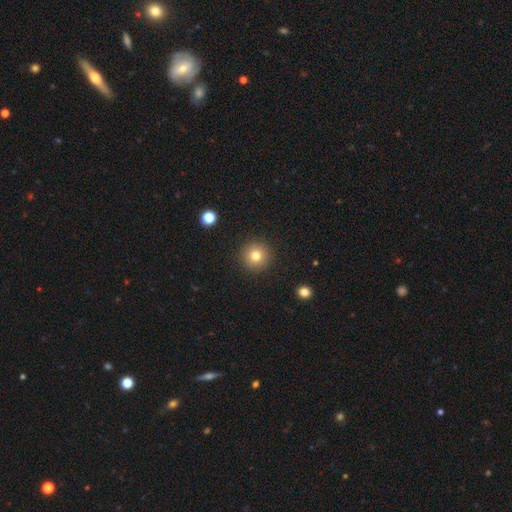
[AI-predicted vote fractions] Smooth or featured? smooth (79%)
How rounded? round (96%)
Merging? none (92%)